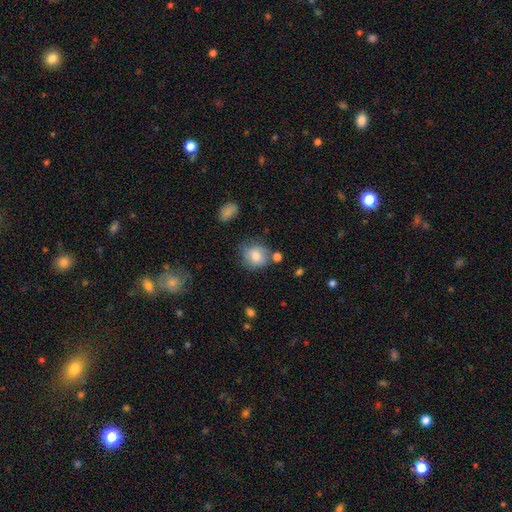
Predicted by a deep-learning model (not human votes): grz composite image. It shows a smooth galaxy with no disk features (78%) that is round (76%). Merging: none (66%).